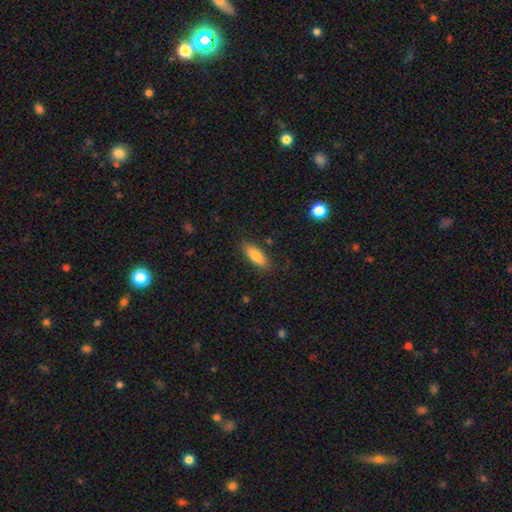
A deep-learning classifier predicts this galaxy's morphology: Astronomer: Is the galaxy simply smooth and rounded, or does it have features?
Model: smooth — 80%.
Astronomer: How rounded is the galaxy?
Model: in between — 66%.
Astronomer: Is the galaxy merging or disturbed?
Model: none — 84%.